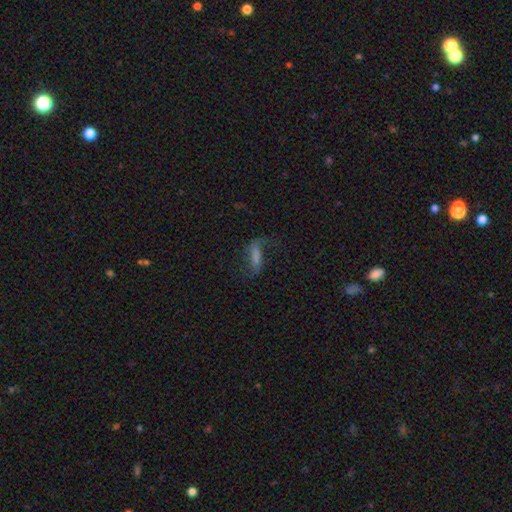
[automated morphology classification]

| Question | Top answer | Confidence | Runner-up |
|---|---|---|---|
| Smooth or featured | featured or disk | 53% | smooth (32%) |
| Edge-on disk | no | 83% | yes (17%) |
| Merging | none | 61% | major disturbance (20%) |